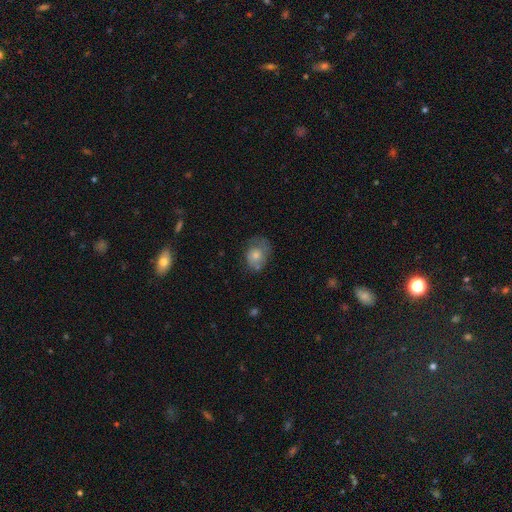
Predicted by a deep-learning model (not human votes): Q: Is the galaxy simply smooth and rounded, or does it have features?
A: smooth — 64%.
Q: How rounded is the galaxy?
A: in between — 55%.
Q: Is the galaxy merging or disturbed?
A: none — 46%.